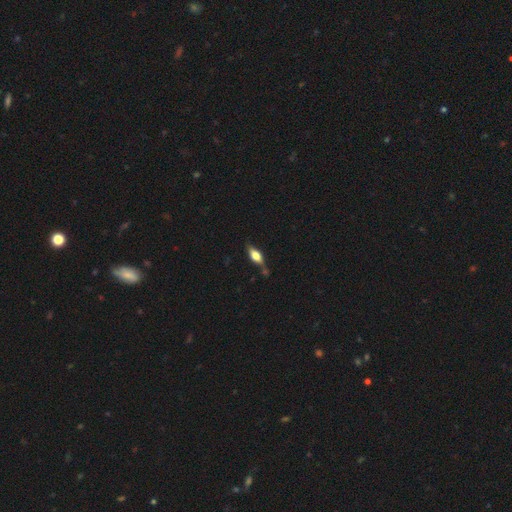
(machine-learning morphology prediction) This appears to be a smooth galaxy with no disk features (51%) that is in between round and cigar-shaped (69%). Merging: none (68%).